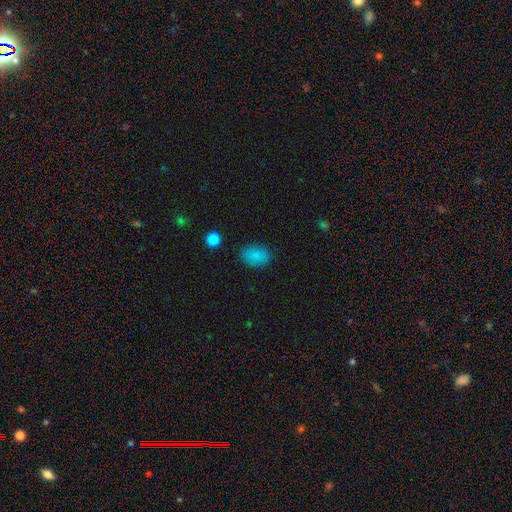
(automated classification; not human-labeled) A smooth galaxy with no disk features (85%) that is in between round and cigar-shaped (84%). Merging: none (83%).